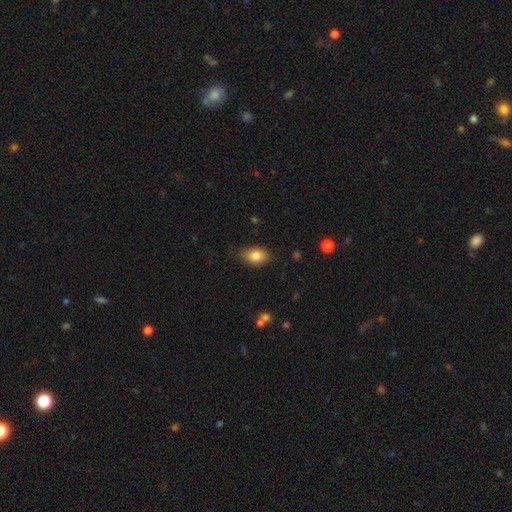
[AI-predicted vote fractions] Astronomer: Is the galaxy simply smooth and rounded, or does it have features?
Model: smooth — 83%.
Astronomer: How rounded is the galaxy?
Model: in between — 85%.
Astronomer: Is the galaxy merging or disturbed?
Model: none — 80%.